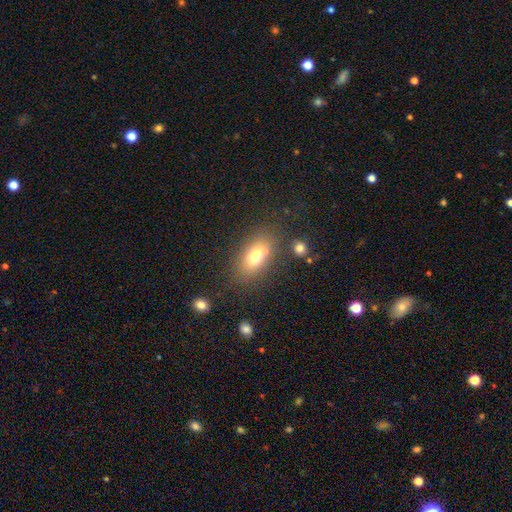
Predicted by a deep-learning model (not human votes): A smooth galaxy with no disk features (73%) that is in between round and cigar-shaped (84%). Merging: none (70%).